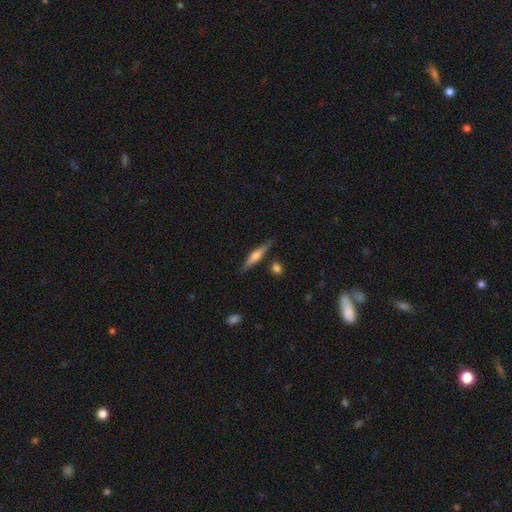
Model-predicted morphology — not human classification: This is possibly a featured or disk galaxy (53%). It is clearly viewed edge-on (95%). Edge-on bulge: clearly rounded (84%). Merging: clearly none (83%).